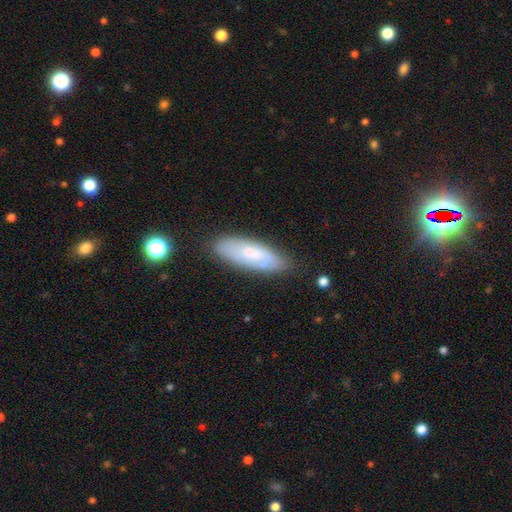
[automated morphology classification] Smooth or featured?
  - smooth: 50% *
  - featured or disk: 42%
  - star or artifact: 8%
How rounded?
  - in between: 56% *
  - cigar-shaped: 42%
  - round: 2%
Merging?
  - none: 79% *
  - minor disturbance: 15%
  - major disturbance: 3%
  - merger: 3%